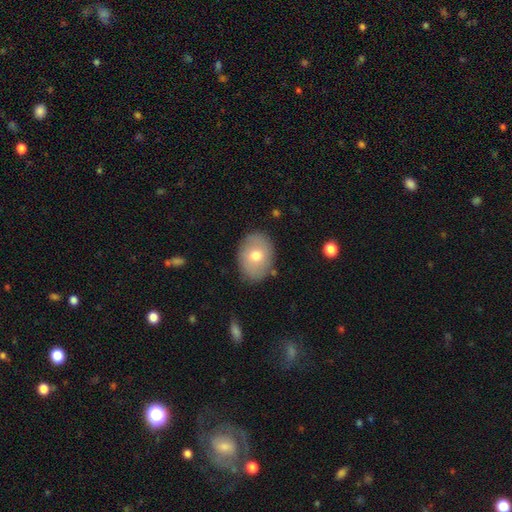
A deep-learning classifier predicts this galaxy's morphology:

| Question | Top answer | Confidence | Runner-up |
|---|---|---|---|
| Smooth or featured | smooth | 68% | featured or disk (24%) |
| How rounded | in between | 66% | round (33%) |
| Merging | none | 84% | minor disturbance (12%) |